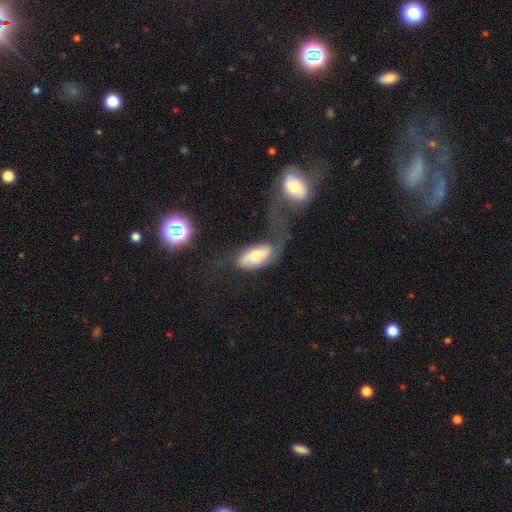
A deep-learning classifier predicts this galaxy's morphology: smooth-or-featured: smooth: 52% | featured or disk: 40% | star or artifact: 8%
  how-rounded: in between: 89% | cigar-shaped: 8% | round: 3%
  merging: major disturbance: 40% | none: 23% | minor disturbance: 18% | merger: 18%